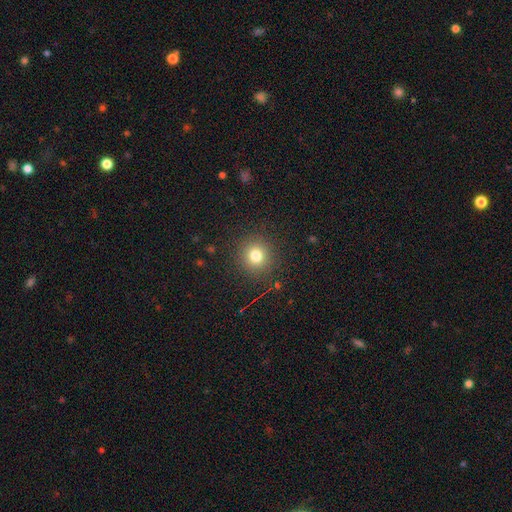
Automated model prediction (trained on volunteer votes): Smooth or featured?
  - smooth: 78% *
  - star or artifact: 15%
  - featured or disk: 7%
How rounded?
  - round: 93% *
  - in between: 6%
  - cigar-shaped: 1%
Merging?
  - none: 90% *
  - minor disturbance: 6%
  - major disturbance: 3%
  - merger: 1%